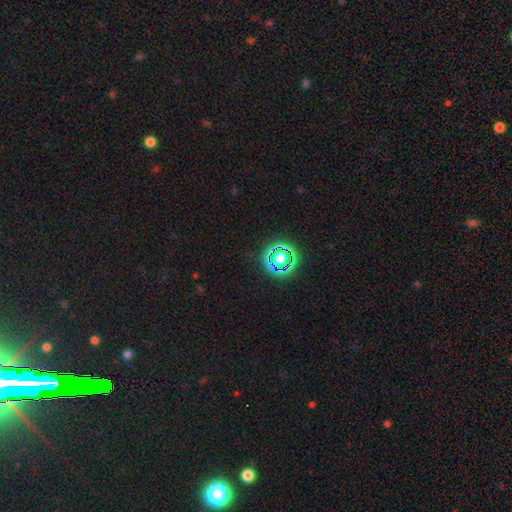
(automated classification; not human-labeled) Q: Smooth or featured?
A: star or artifact (78%); runner-up: smooth (16%)